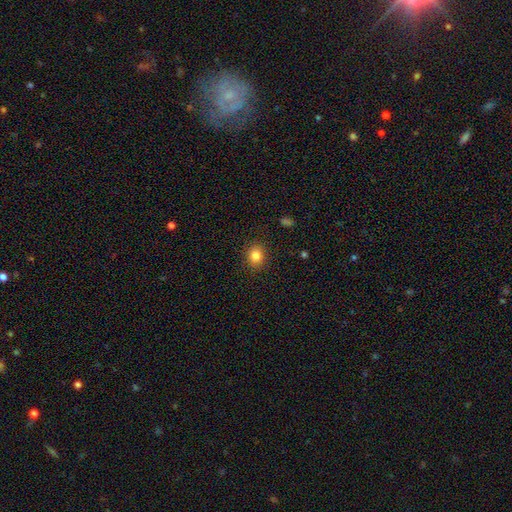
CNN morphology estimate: A smooth galaxy with no disk features (84%) that is round (67%).

Vote fractions:
- Smooth or featured? smooth: 84% / star or artifact: 11% / featured or disk: 6%
- How rounded? round: 67% / in between: 32% / cigar-shaped: 1%
- Merging? none: 88% / minor disturbance: 8% / major disturbance: 3% / merger: 1%